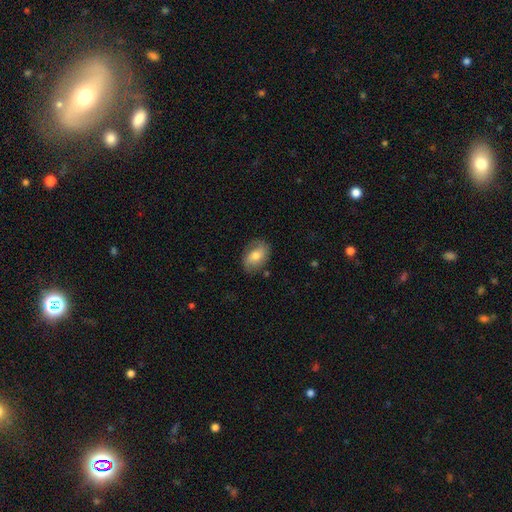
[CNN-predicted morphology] smooth_or_featured: smooth (p=0.62) [alt: featured or disk p=0.30]
how_rounded: in between (p=0.77) [alt: round p=0.22]
merging: none (p=0.75) [alt: minor disturbance p=0.18]